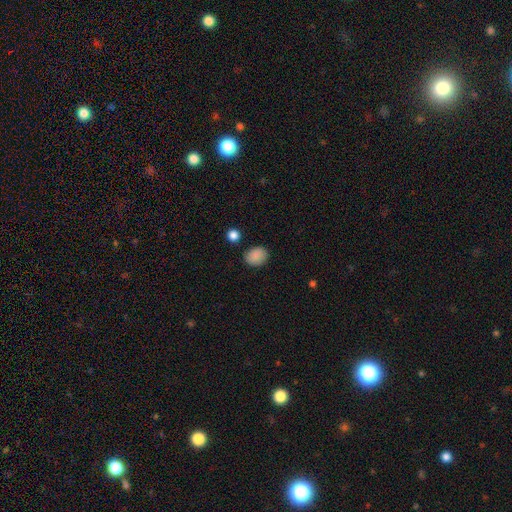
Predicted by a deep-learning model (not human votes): The model was most divided on "how rounded": in between: 60%, round: 39%, cigar-shaped: 1%. More confident: smooth or featured — smooth (88%); merging — none (84%).